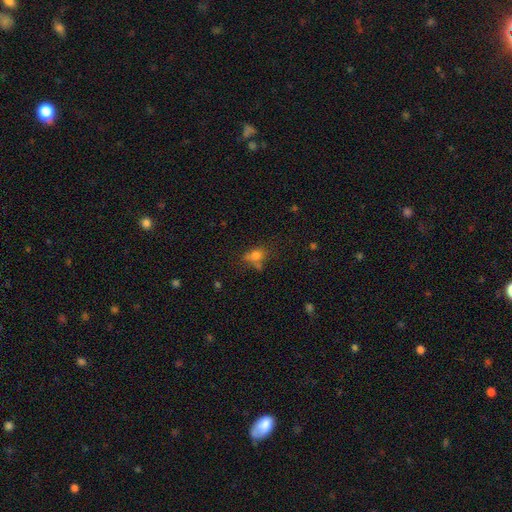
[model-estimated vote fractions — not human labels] smooth_or_featured: smooth (p=0.73) [alt: star or artifact p=0.15]
how_rounded: in between (p=0.52) [alt: round p=0.45]
merging: none (p=0.49) [alt: minor disturbance p=0.21]